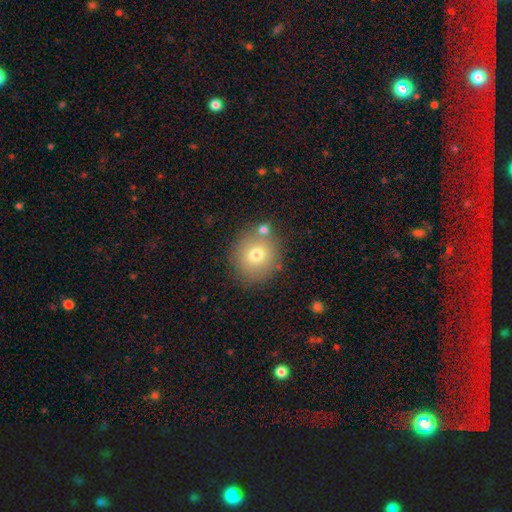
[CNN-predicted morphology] Smooth or featured: smooth — 68% (star or artifact — 19%)
How rounded: round — 91% (in between — 8%)
Merging: none — 82% (minor disturbance — 8%)